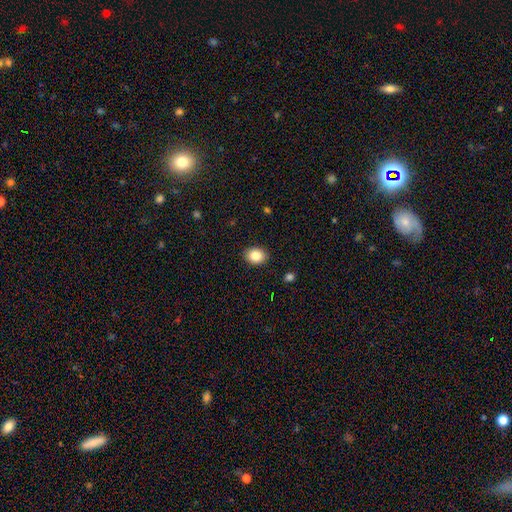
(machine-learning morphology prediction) Smooth or featured: smooth — 85% (star or artifact — 9%)
How rounded: in between — 58% (round — 41%)
Merging: none — 90% (minor disturbance — 7%)